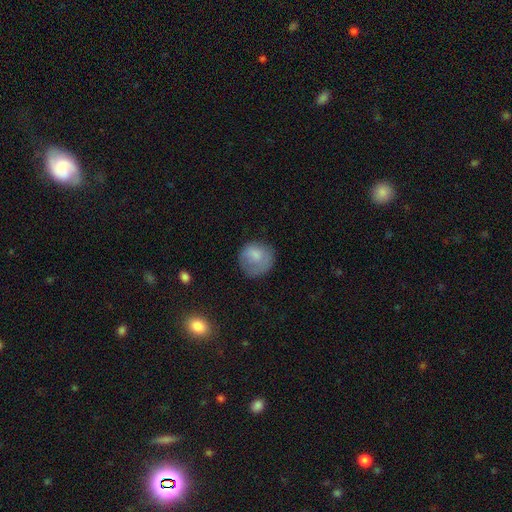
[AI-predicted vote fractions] A smooth galaxy with no disk features (78%) that is round (83%). Merging: none (59%).